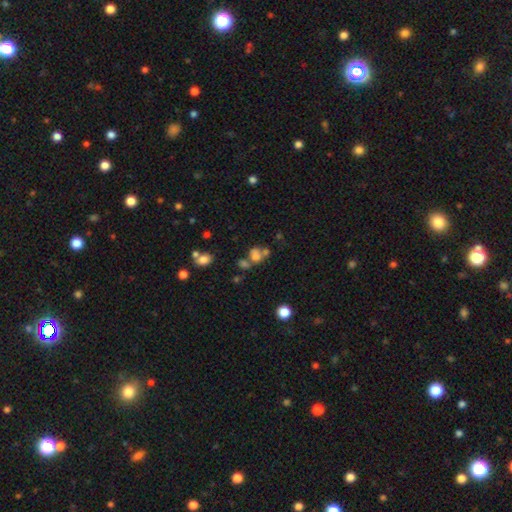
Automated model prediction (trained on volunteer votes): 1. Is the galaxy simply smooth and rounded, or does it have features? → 64% smooth, 19% featured or disk, 17% star or artifact.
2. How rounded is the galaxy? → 49% in between (tied), 49% round (tied), 2% cigar-shaped.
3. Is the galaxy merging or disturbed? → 50% merger, 29% none, 11% minor disturbance, 10% major disturbance.